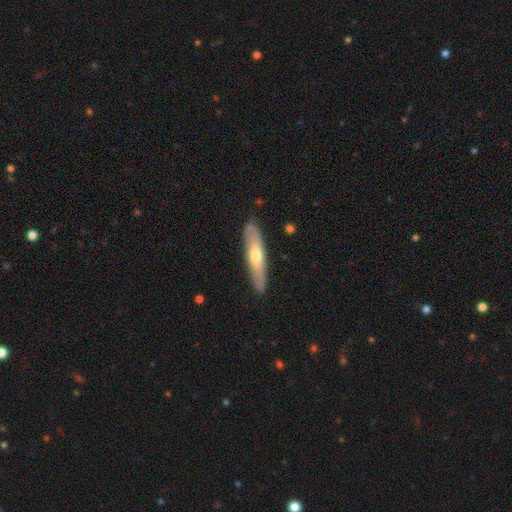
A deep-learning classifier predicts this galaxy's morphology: Smooth or featured? smooth (48%)
Merging? none (84%)